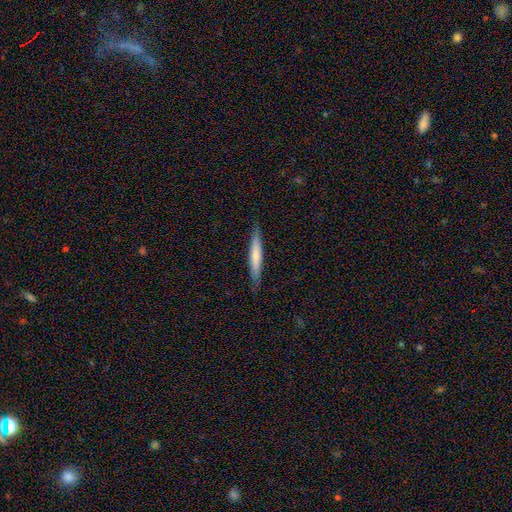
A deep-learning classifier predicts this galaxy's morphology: This appears to be a smooth galaxy with no disk features (63%) that is cigar-shaped (94%). Merging: none (86%).